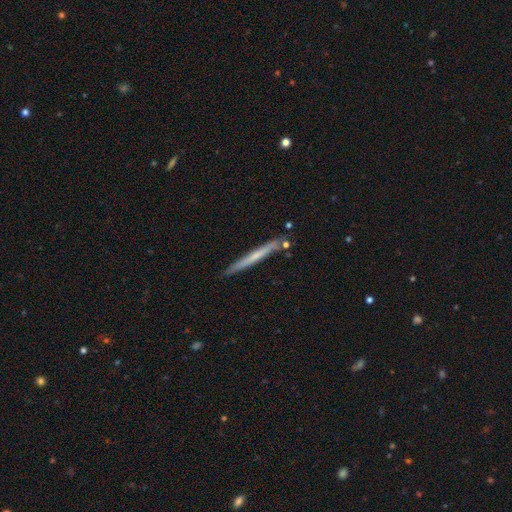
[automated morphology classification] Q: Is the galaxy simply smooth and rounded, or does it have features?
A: smooth — 48%.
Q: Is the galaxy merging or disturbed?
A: none — 86%.